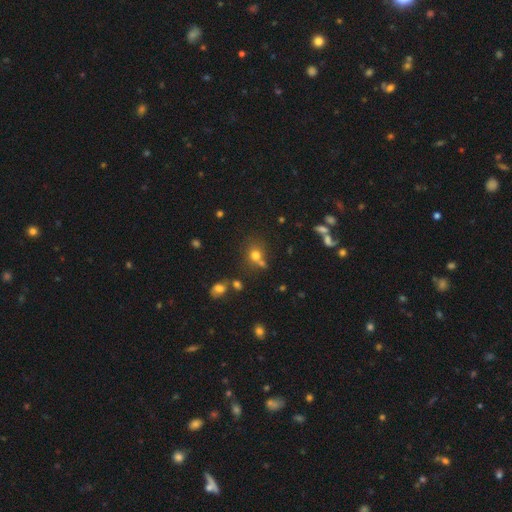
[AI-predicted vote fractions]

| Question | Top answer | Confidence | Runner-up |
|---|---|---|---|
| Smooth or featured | smooth | 72% | star or artifact (18%) |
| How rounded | round | 74% | in between (24%) |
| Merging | none | 55% | merger (27%) |